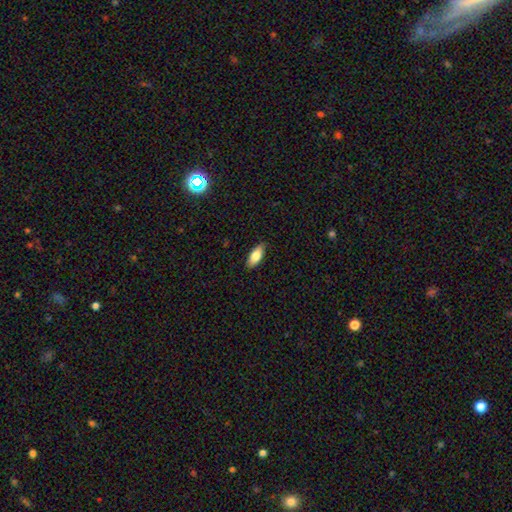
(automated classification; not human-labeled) Smooth or featured: smooth — 79% (featured or disk — 14%)
How rounded: in between — 82% (cigar-shaped — 16%)
Merging: none — 87% (minor disturbance — 10%)